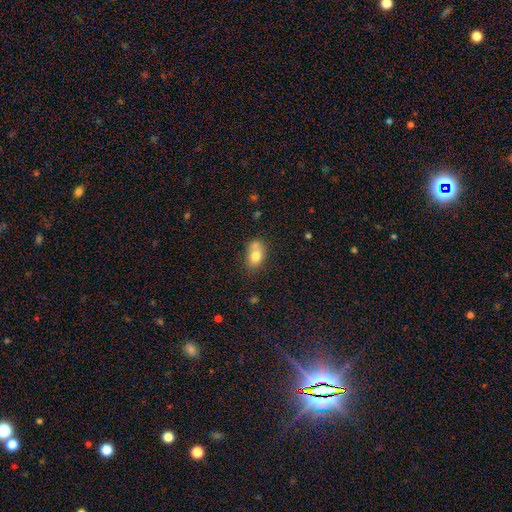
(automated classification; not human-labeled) This appears to be a smooth galaxy with no disk features (74%) that is in between round and cigar-shaped (75%). Merging: none (39%).